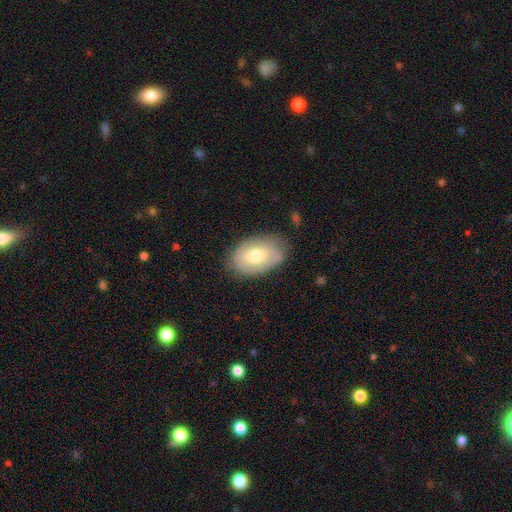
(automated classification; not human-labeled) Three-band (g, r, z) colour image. It shows a smooth galaxy with no disk features (62%) that is in between round and cigar-shaped (89%). Merging: none (73%).